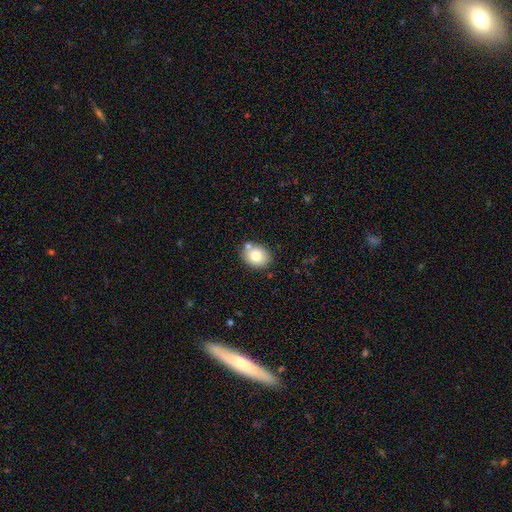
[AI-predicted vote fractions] The model was most divided on "how rounded": round: 53%, in between: 47%, cigar-shaped: 1%. More confident: smooth or featured — smooth (78%); merging — none (75%).